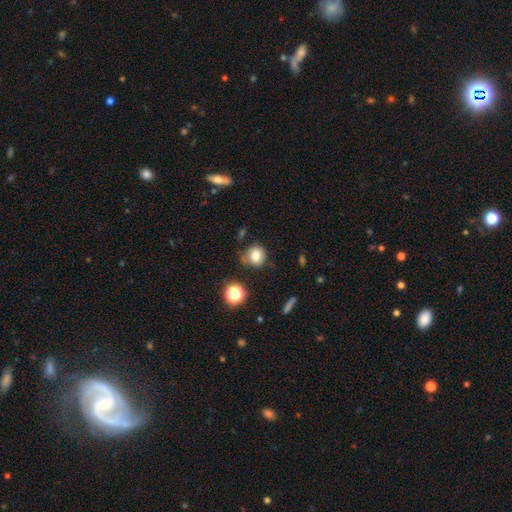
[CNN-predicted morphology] This is likely a smooth galaxy (79%). How rounded: likely round (78%). Merging: likely none (71%).